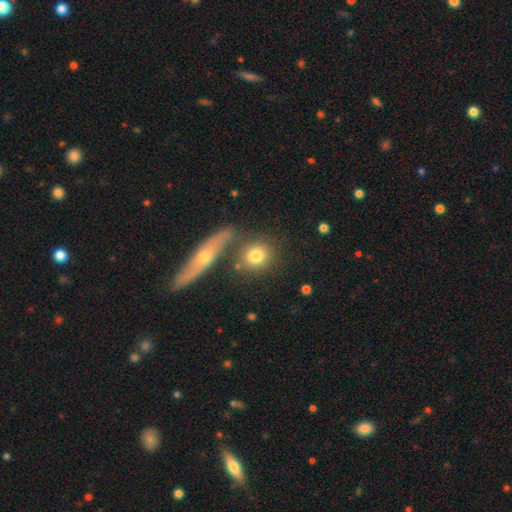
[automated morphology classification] This is likely a smooth galaxy (75%). How rounded: likely round (79%). Merging: likely none (67%).